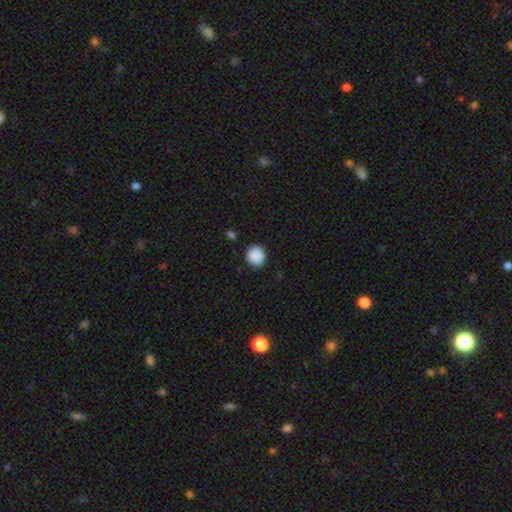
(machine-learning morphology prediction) Overall: smooth (89%). How rounded: round (90%). Merging: none (88%).